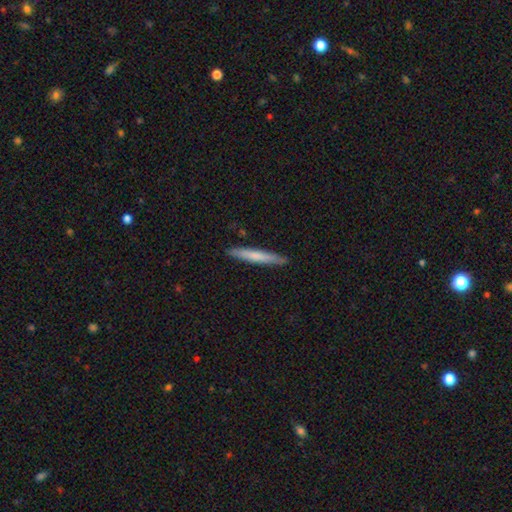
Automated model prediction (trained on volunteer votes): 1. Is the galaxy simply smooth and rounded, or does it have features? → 68% smooth, 27% featured or disk, 5% star or artifact.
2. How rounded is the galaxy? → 96% cigar-shaped, 3% in between, 1% round.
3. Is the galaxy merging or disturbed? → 90% none, 8% minor disturbance, 1% major disturbance, 1% merger.